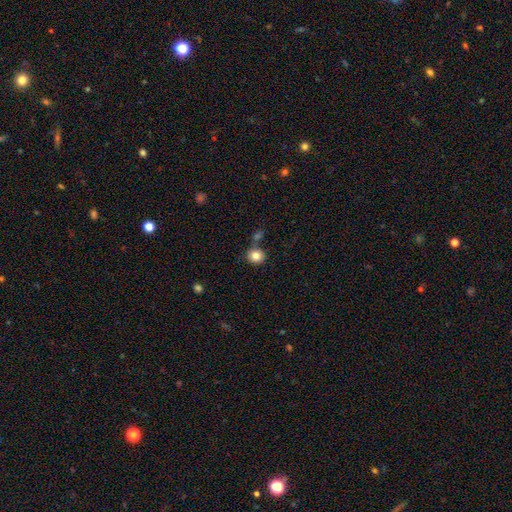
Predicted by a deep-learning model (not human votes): Smooth or featured: smooth — 83% (star or artifact — 10%)
How rounded: round — 82% (in between — 17%)
Merging: none — 74% (merger — 13%)